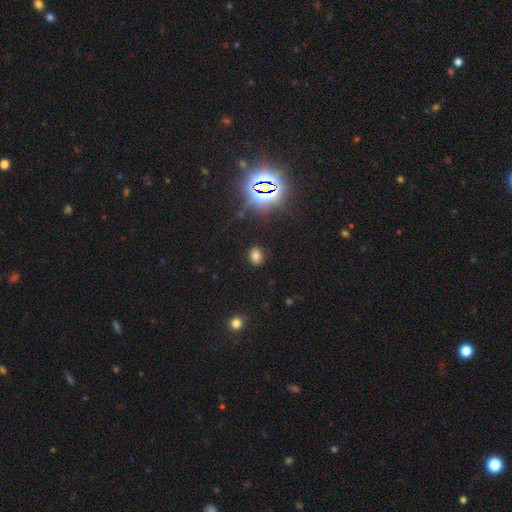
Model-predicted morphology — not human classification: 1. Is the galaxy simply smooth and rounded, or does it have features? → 68% smooth, 24% star or artifact, 8% featured or disk.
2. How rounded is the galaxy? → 54% in between, 45% round, 1% cigar-shaped.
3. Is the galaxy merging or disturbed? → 86% none, 9% minor disturbance, 3% major disturbance, 2% merger.